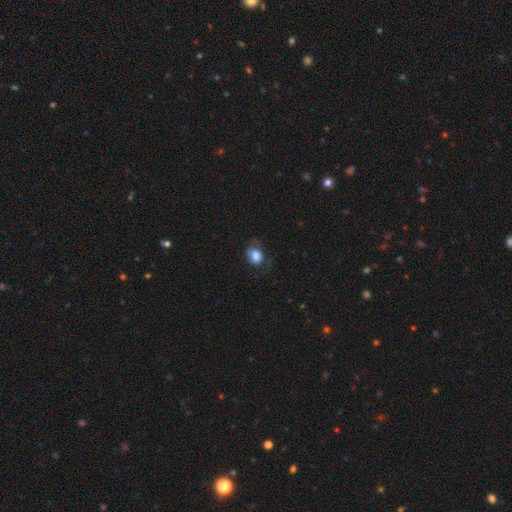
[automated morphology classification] Overall: smooth (82%). How rounded: in between (54%; round 45%). Merging: none (54%; minor disturbance 28%).